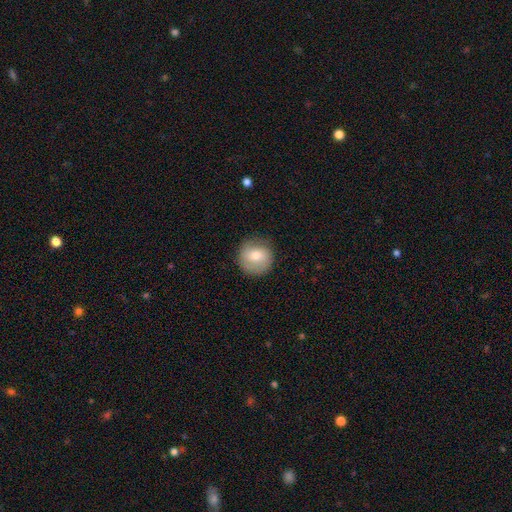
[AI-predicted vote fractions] smooth 71%, featured or disk 22%, star or artifact 7%. Down the decision tree: how rounded — round (92%); merging — none (82%).